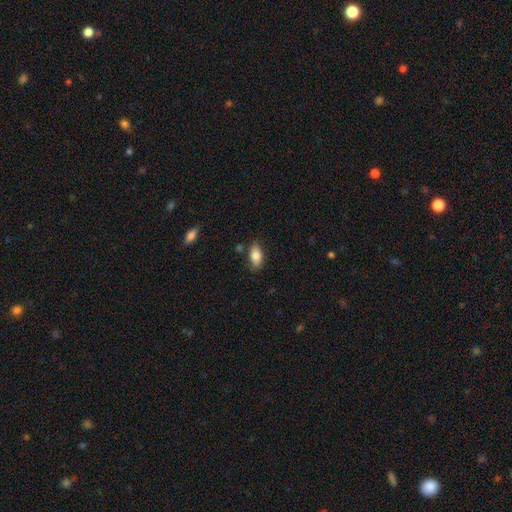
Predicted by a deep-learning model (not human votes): A smooth galaxy with no disk features (82%) that is in between round and cigar-shaped (90%). Merging: none (79%).